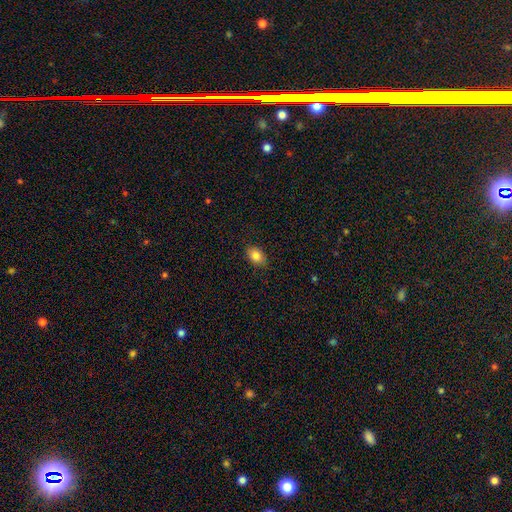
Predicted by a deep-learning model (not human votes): Smooth or featured: smooth — 85% (star or artifact — 9%)
How rounded: in between — 72% (round — 26%)
Merging: none — 84% (minor disturbance — 12%)